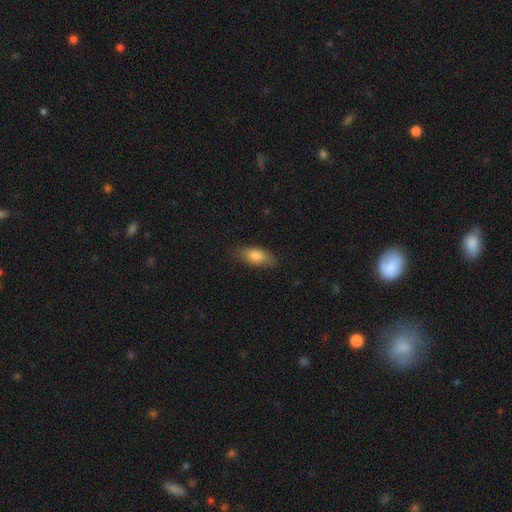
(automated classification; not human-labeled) A smooth galaxy with no disk features (82%) that is in between round and cigar-shaped (85%). Merging: none (80%).